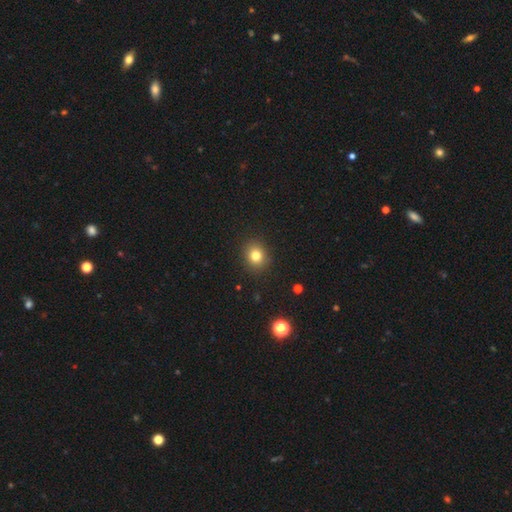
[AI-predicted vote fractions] Q: Smooth or featured?
A: smooth (79%); runner-up: star or artifact (13%)
Q: How rounded?
A: round (72%); runner-up: in between (27%)
Q: Merging?
A: none (90%); runner-up: minor disturbance (7%)